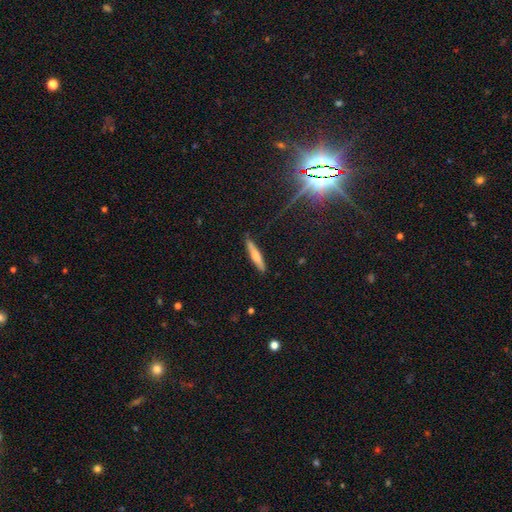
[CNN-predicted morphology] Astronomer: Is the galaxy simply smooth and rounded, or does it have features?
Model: smooth — 59% (runner-up: featured or disk, 34%).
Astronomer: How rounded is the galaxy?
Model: cigar-shaped — 90%.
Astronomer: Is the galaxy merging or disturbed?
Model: none — 87%.